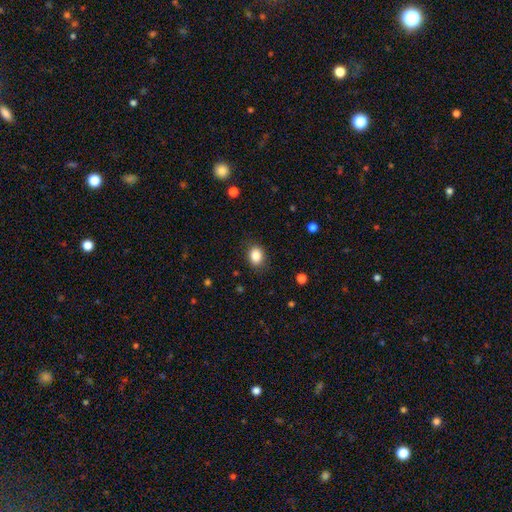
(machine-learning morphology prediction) A smooth galaxy with no disk features (85%) that is in between round and cigar-shaped (54%).

Vote fractions:
- Smooth or featured? smooth: 85% / star or artifact: 9% / featured or disk: 5%
- How rounded? in between: 54% / round: 45% / cigar-shaped: 1%
- Merging? none: 84% / minor disturbance: 11% / major disturbance: 3% / merger: 1%